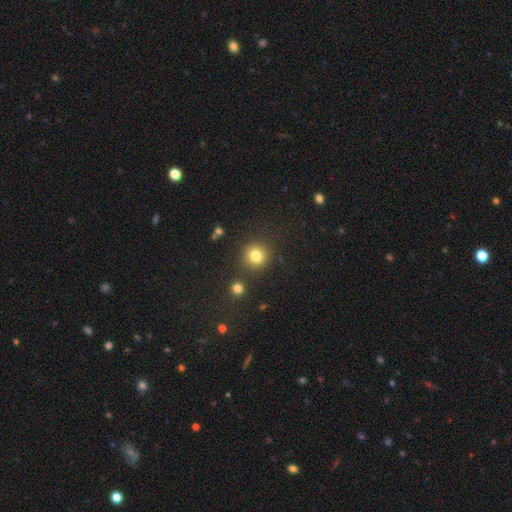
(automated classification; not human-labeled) A smooth galaxy with no disk features (82%) that is round (90%). Merging: none (84%).